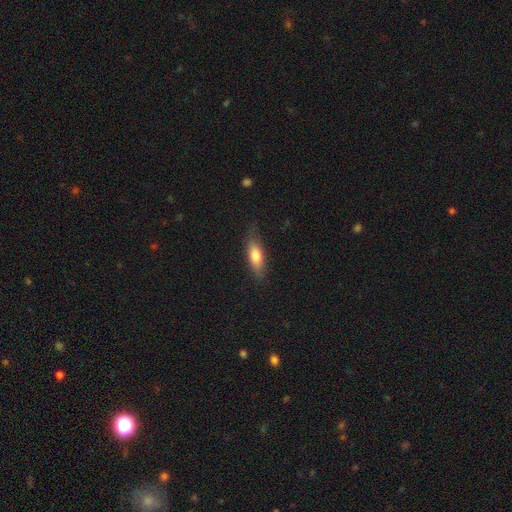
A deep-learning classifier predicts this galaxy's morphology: This appears to be a smooth galaxy with no disk features (72%) that is in between round and cigar-shaped (59%). Merging: none (76%).